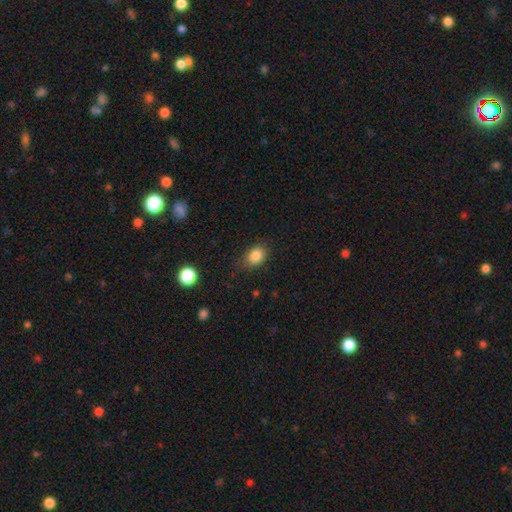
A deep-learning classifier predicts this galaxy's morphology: smooth_or_featured: smooth (p=0.84) [alt: star or artifact p=0.10]
how_rounded: in between (p=0.64) [alt: round p=0.35]
merging: none (p=0.71) [alt: minor disturbance p=0.22]